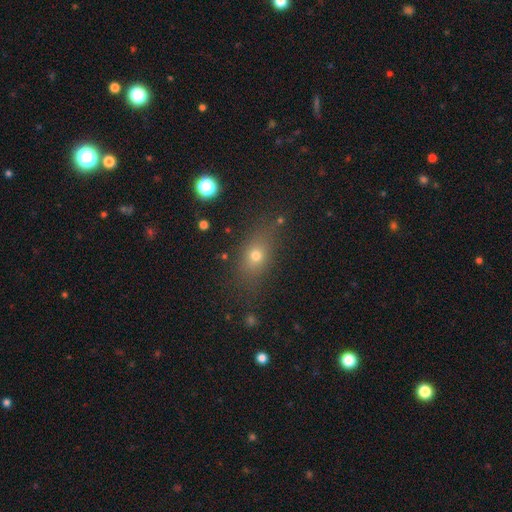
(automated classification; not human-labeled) A smooth galaxy with no disk features (66%) that is in between round and cigar-shaped (63%). Merging: none (75%).